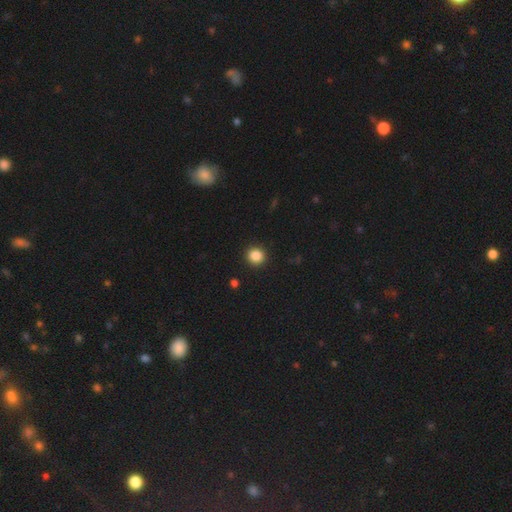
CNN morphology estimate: Overall: smooth (86%). How rounded: round (91%). Merging: none (92%).